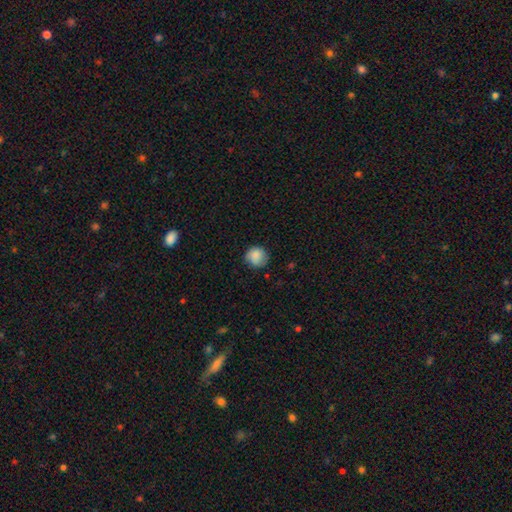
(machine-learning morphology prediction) Overall: smooth (85%). How rounded: round (89%). Merging: none (77%).